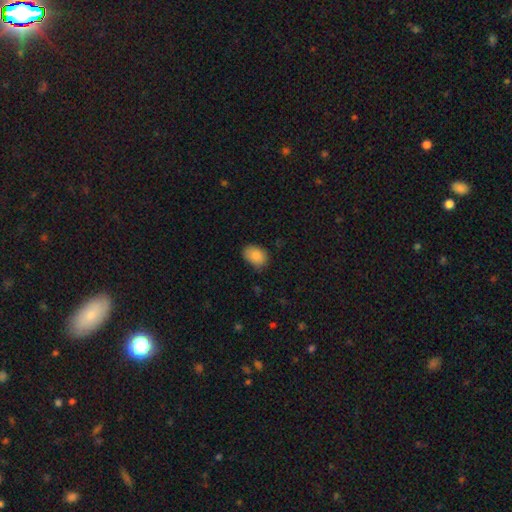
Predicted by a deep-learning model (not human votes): Smooth or featured: smooth — 87% (star or artifact — 8%)
How rounded: in between — 76% (round — 23%)
Merging: none — 75% (minor disturbance — 20%)